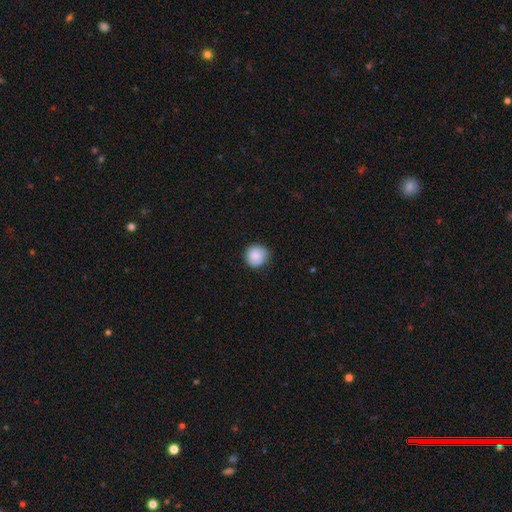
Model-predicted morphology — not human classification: This is clearly a smooth galaxy (85%). How rounded: clearly round (93%). Merging: clearly none (82%).